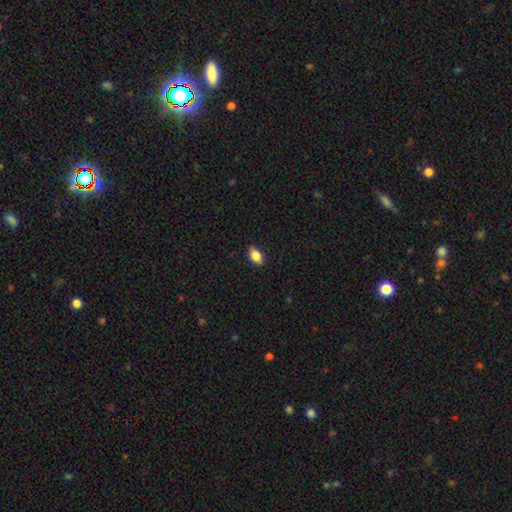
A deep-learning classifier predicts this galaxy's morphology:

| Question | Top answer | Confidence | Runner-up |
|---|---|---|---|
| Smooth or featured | smooth | 76% | featured or disk (16%) |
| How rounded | in between | 86% | round (9%) |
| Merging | none | 87% | minor disturbance (10%) |